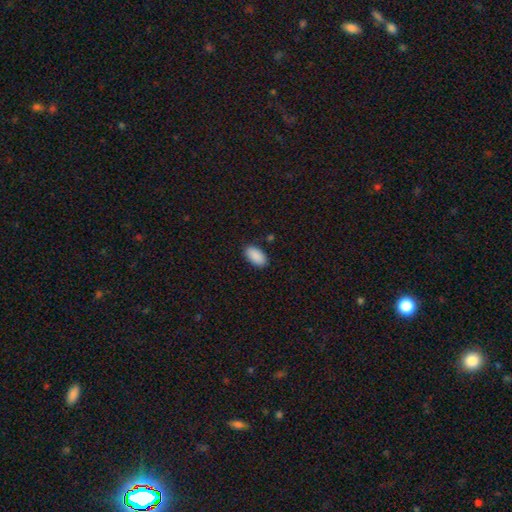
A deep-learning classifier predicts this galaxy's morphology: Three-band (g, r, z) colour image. It shows a smooth galaxy with no disk features (91%) that is in between round and cigar-shaped (95%). Merging: none (88%).